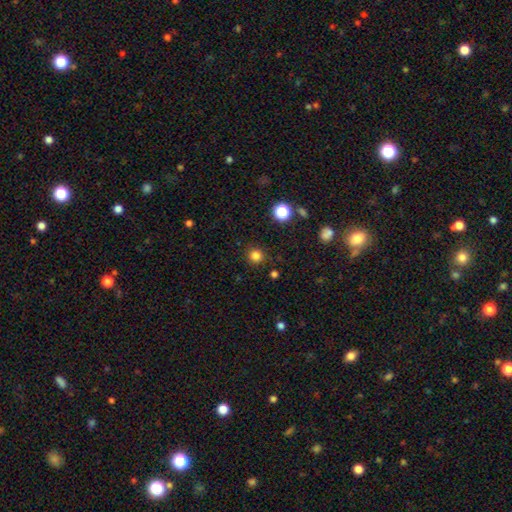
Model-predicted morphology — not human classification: type=smooth (81%); roundness=round (94%); merging=none (90%).